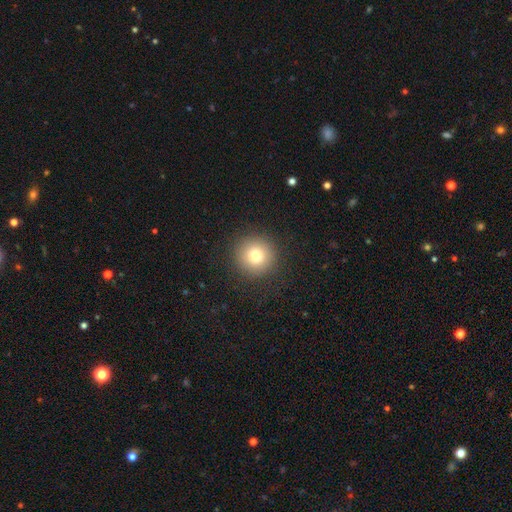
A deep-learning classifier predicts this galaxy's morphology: A smooth galaxy with no disk features (79%) that is round (95%).

Vote fractions:
- Smooth or featured? smooth: 79% / star or artifact: 12% / featured or disk: 10%
- How rounded? round: 95% / in between: 4% / cigar-shaped: 1%
- Merging? none: 91% / minor disturbance: 6% / major disturbance: 3% / merger: 1%